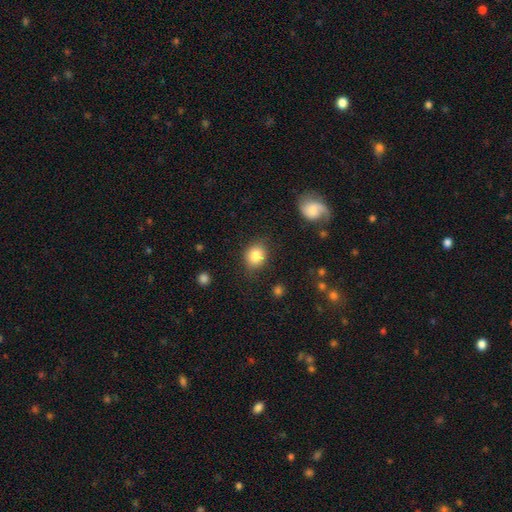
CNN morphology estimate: smooth_or_featured: smooth (p=0.83) [alt: star or artifact p=0.09]
how_rounded: round (p=0.57) [alt: in between p=0.42]
merging: none (p=0.80) [alt: minor disturbance p=0.14]